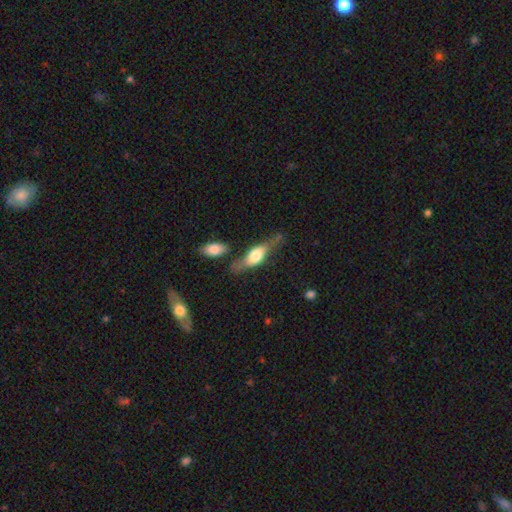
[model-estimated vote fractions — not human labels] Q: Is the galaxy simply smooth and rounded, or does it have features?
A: featured or disk — 49%.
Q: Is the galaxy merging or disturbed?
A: none — 59%.